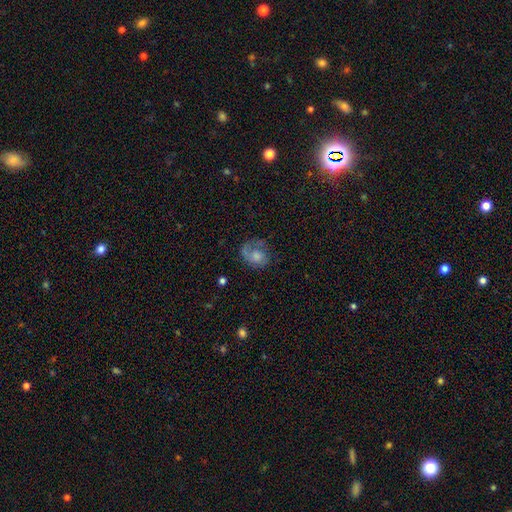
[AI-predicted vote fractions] Smooth or featured?
  - featured or disk: 51% *
  - smooth: 40%
  - star or artifact: 9%
Edge-on disk?
  - no: 97% *
  - yes: 3%
Merging?
  - none: 48% *
  - major disturbance: 27%
  - minor disturbance: 23%
  - merger: 3%